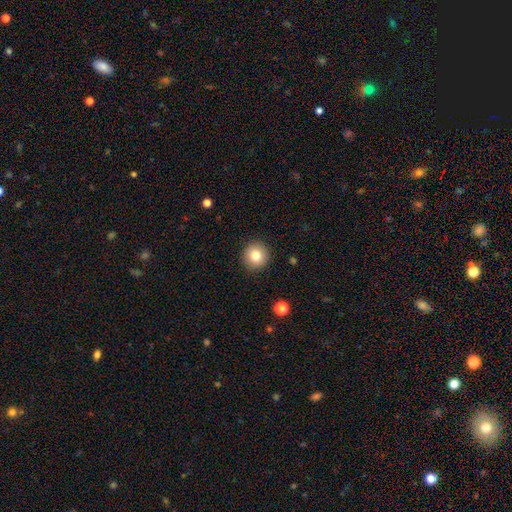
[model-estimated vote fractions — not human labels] smooth_or_featured: smooth (p=0.81) [alt: star or artifact p=0.10]
how_rounded: round (p=0.94) [alt: in between p=0.05]
merging: none (p=0.91) [alt: minor disturbance p=0.06]